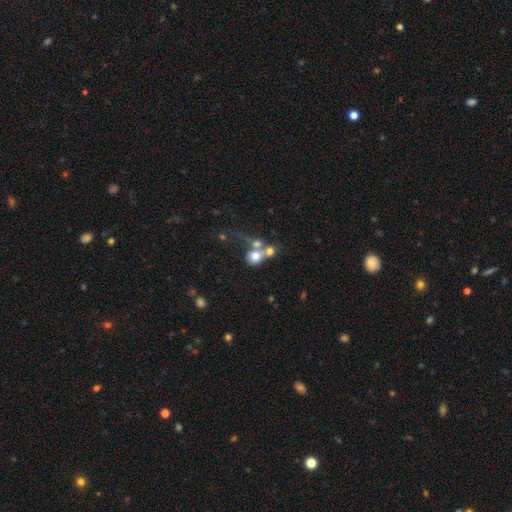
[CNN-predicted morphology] smooth-or-featured: smooth: 66% | featured or disk: 22% | star or artifact: 12%
  how-rounded: round: 74% | in between: 24% | cigar-shaped: 1%
  merging: merger: 60% | none: 23% | major disturbance: 11% | minor disturbance: 7%